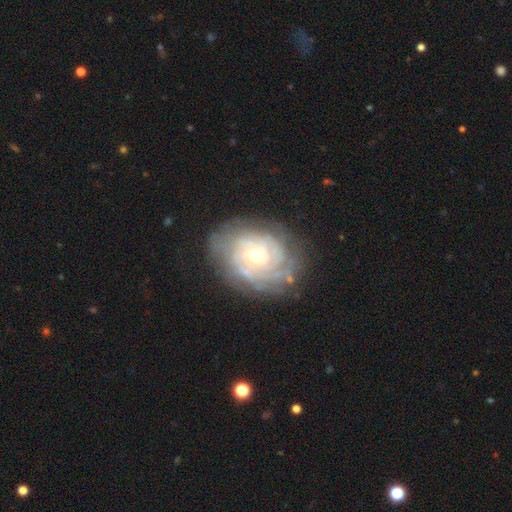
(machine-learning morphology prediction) smooth_or_featured: featured or disk (p=0.83) [alt: smooth p=0.10]
disk_edge_on: no (p=0.97) [alt: yes p=0.03]
bar: no (p=0.76) [alt: weak p=0.20]
has_spiral_arms: yes (p=0.93) [alt: no p=0.07]
spiral_winding: tight (p=0.80) [alt: medium p=0.16]
spiral_arm_count: can't tell (p=0.47) [alt: 4 p=0.14]
bulge_size: moderate (p=0.48) [tied with: small p=0.48]
merging: none (p=0.74) [alt: minor disturbance p=0.18]